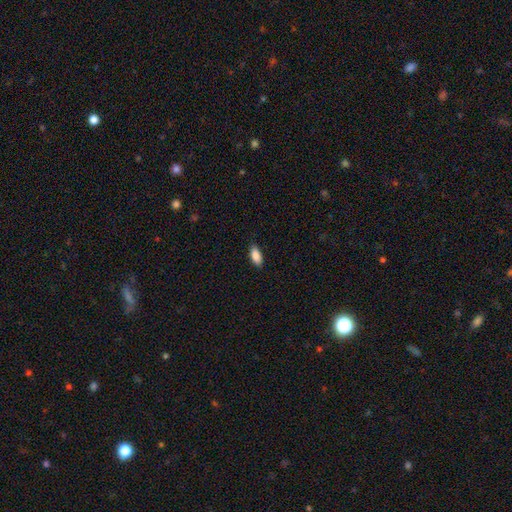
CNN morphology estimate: Smooth or featured?
  - smooth: 87% *
  - featured or disk: 7%
  - star or artifact: 7%
How rounded?
  - in between: 86% *
  - cigar-shaped: 12%
  - round: 2%
Merging?
  - none: 88% *
  - minor disturbance: 9%
  - major disturbance: 2%
  - merger: 1%